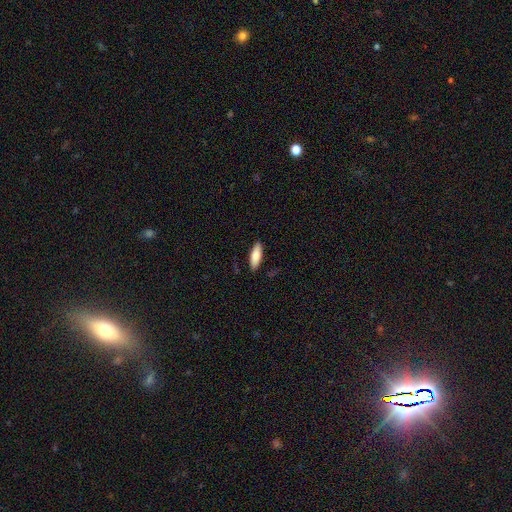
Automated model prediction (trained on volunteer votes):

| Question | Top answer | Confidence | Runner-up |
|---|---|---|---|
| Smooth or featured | smooth | 81% | featured or disk (14%) |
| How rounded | in between | 62% | cigar-shaped (36%) |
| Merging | none | 88% | minor disturbance (9%) |